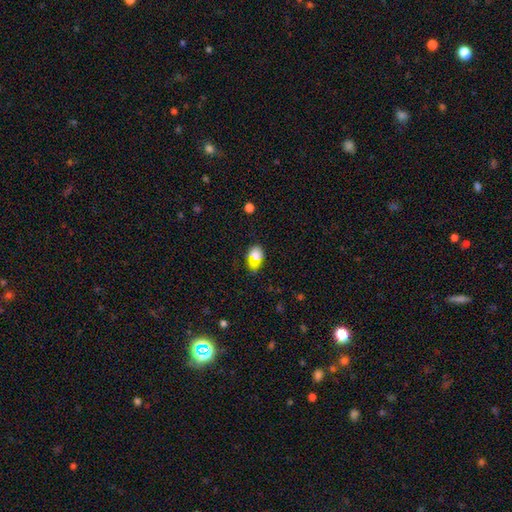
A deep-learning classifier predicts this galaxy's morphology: Overall: smooth (75%). How rounded: in between (81%). Merging: none (68%).